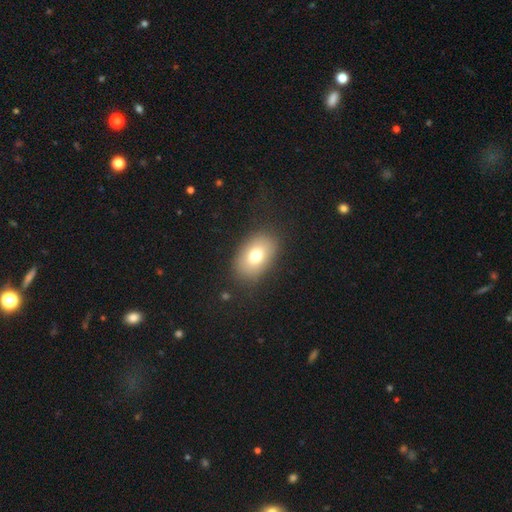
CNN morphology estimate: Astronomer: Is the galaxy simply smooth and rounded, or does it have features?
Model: smooth — 74%.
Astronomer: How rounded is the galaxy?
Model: in between — 85%.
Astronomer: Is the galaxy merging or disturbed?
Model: none — 84%.